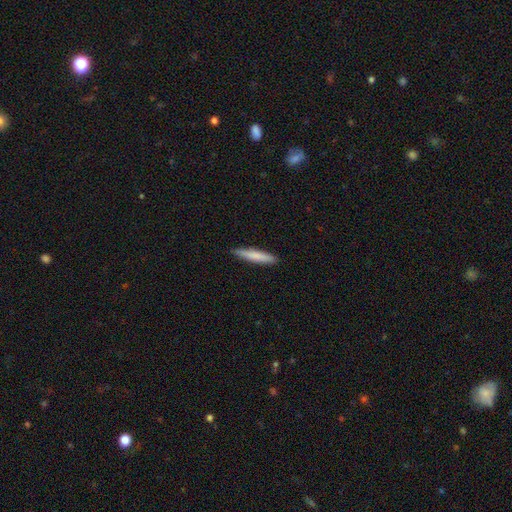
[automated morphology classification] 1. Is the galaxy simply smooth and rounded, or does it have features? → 79% smooth, 16% featured or disk, 5% star or artifact.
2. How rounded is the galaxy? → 91% cigar-shaped, 7% in between, 1% round.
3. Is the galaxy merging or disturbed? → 89% none, 8% minor disturbance, 1% major disturbance, 1% merger.